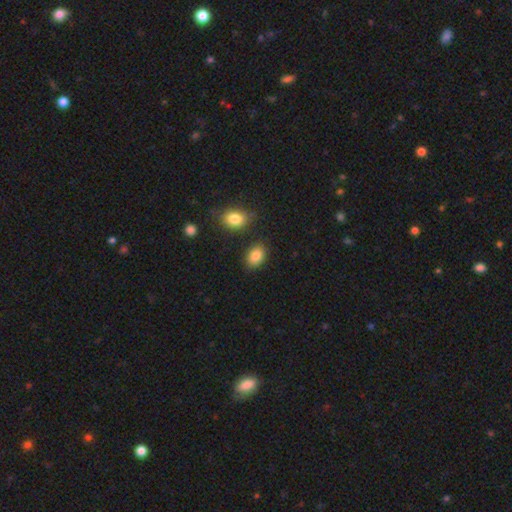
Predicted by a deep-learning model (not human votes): Smooth or featured?
  - smooth: 86% *
  - star or artifact: 8%
  - featured or disk: 6%
How rounded?
  - in between: 83% *
  - round: 16%
  - cigar-shaped: 1%
Merging?
  - none: 82% *
  - minor disturbance: 11%
  - merger: 5%
  - major disturbance: 3%